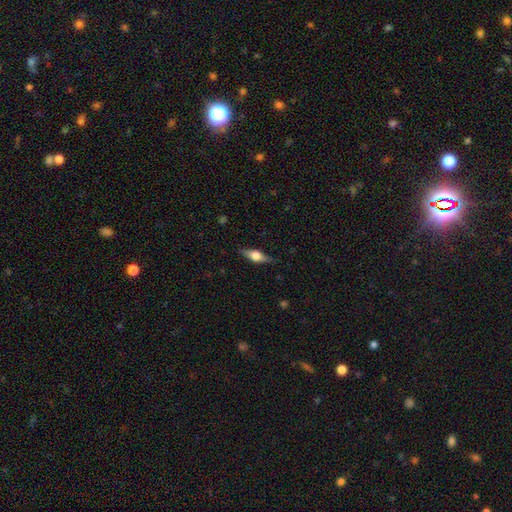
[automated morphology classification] smooth_or_featured: featured or disk (p=0.54) [alt: smooth p=0.39]
disk_edge_on: yes (p=0.94) [alt: no p=0.06]
edge_on_bulge: rounded (p=0.92) [alt: boxy p=0.06]
merging: none (p=0.83) [alt: minor disturbance p=0.13]